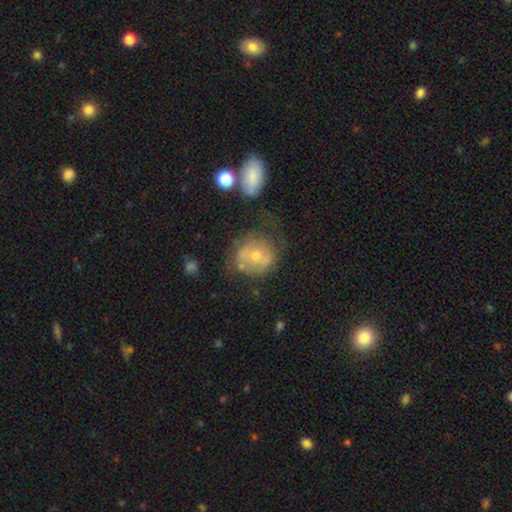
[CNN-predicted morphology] A featured or disk galaxy (51%).

Vote fractions:
- Smooth or featured? featured or disk: 51% / smooth: 38% / star or artifact: 11%
- Edge-on disk? no: 96% / yes: 4%
- Merging? none: 48% / minor disturbance: 25% / major disturbance: 18% / merger: 9%